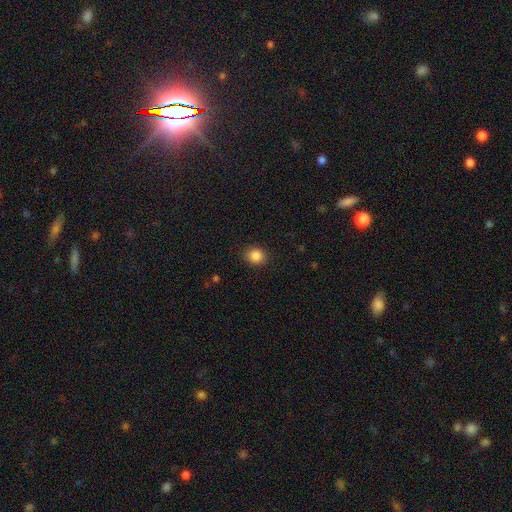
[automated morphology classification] This appears to be a smooth galaxy with no disk features (86%) that is round (78%). Merging: none (89%).